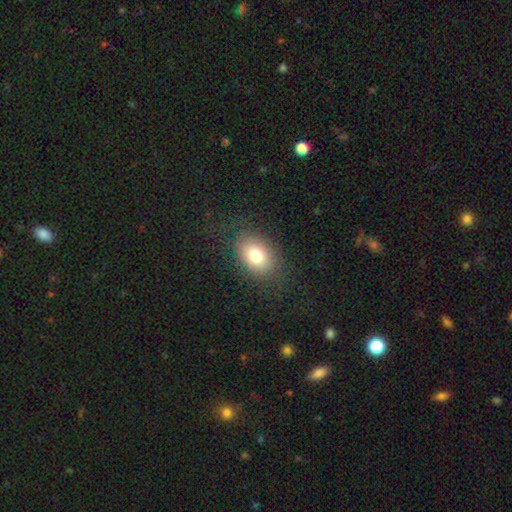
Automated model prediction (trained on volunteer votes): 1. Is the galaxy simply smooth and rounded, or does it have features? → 78% smooth, 12% featured or disk, 10% star or artifact.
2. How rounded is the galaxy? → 81% in between, 18% round, 1% cigar-shaped.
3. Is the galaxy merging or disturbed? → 81% none, 12% minor disturbance, 6% major disturbance, 1% merger.